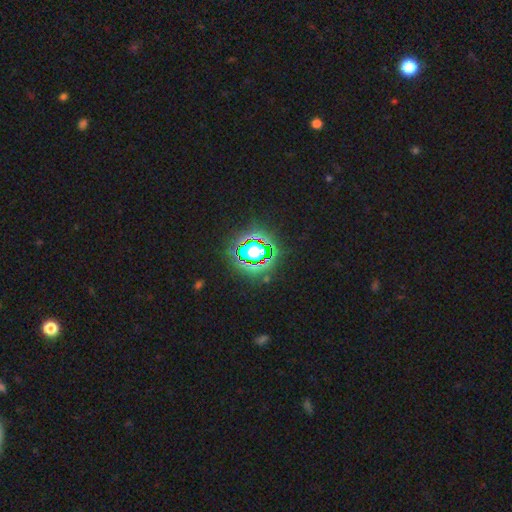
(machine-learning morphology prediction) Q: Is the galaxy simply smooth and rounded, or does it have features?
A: star or artifact — 66%.